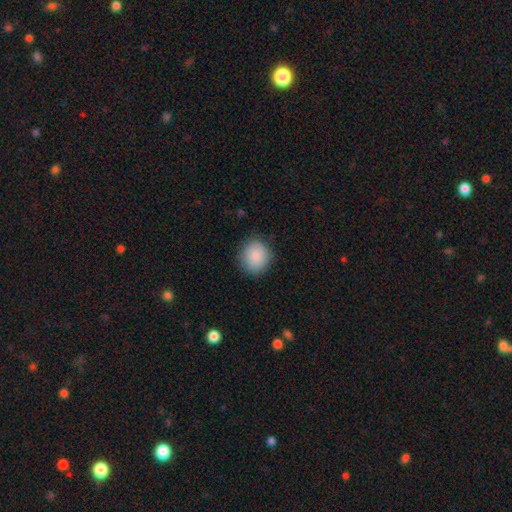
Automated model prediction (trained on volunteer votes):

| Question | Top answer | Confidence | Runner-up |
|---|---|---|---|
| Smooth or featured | smooth | 88% | star or artifact (7%) |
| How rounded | round | 78% | in between (22%) |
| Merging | none | 85% | minor disturbance (11%) |